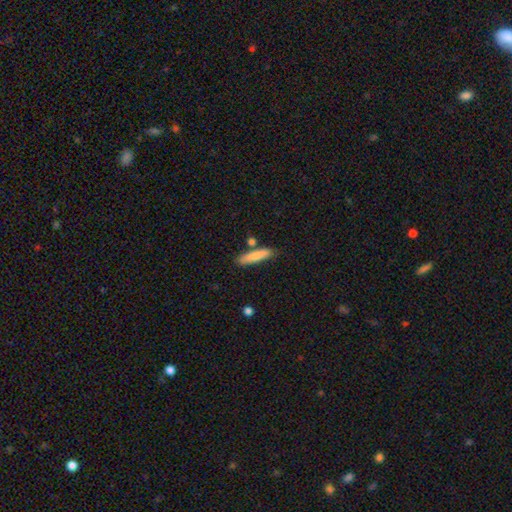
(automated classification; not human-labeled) smooth_or_featured: smooth (p=0.81) [alt: featured or disk p=0.13]
how_rounded: cigar-shaped (p=0.83) [alt: in between p=0.15]
merging: none (p=0.79) [alt: minor disturbance p=0.12]